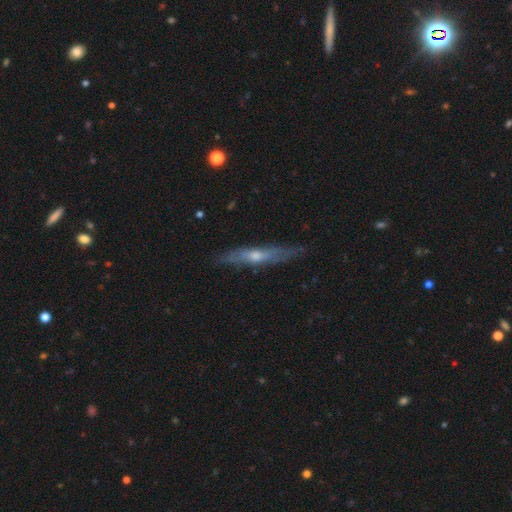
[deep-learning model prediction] Q: Smooth or featured?
A: featured or disk (65%); runner-up: smooth (28%)
Q: Edge-on disk?
A: yes (84%); runner-up: no (16%)
Q: Edge-on bulge?
A: rounded (76%); runner-up: none (20%)
Q: Merging?
A: none (82%); runner-up: minor disturbance (14%)